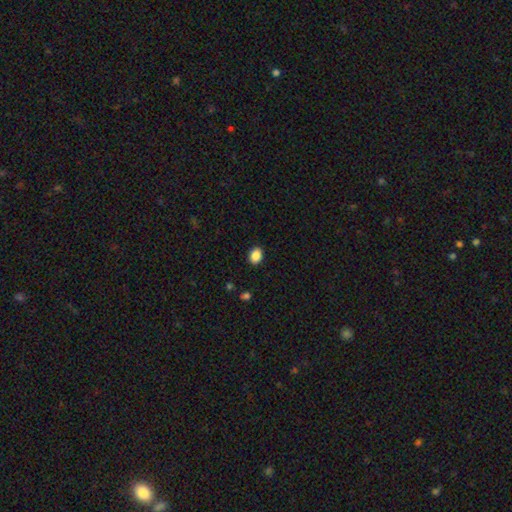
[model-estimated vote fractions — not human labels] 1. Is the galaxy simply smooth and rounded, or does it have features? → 88% smooth, 9% star or artifact, 3% featured or disk.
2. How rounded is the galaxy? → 61% in between, 38% round, 1% cigar-shaped.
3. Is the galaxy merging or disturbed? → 91% none, 7% minor disturbance, 2% major disturbance, 1% merger.